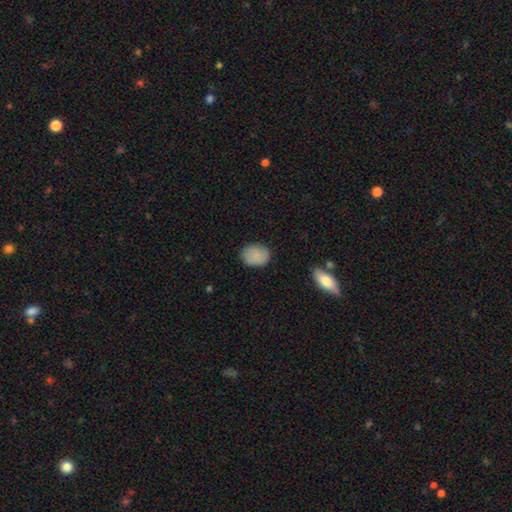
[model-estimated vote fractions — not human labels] Smooth or featured: smooth — 83% (featured or disk — 10%)
How rounded: in between — 53% (round — 46%)
Merging: none — 83% (minor disturbance — 13%)